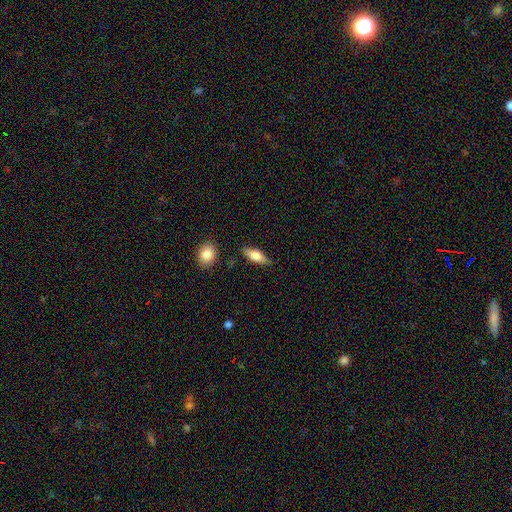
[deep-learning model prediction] Morphology: type=smooth (68%); roundness=in between (65%); merging=none (81%).